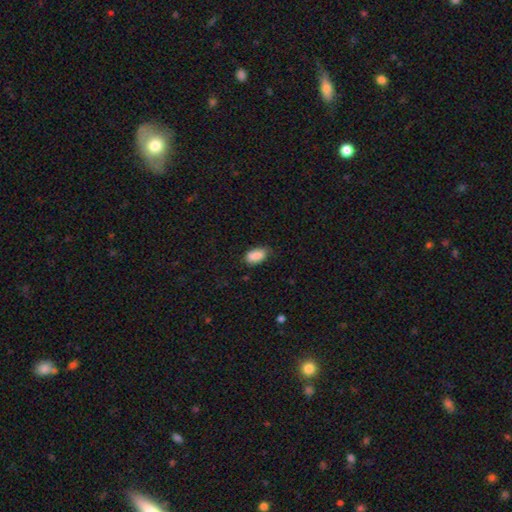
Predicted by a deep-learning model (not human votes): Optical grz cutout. It shows a smooth galaxy with no disk features (87%) that is in between round and cigar-shaped (92%). Merging: none (73%).